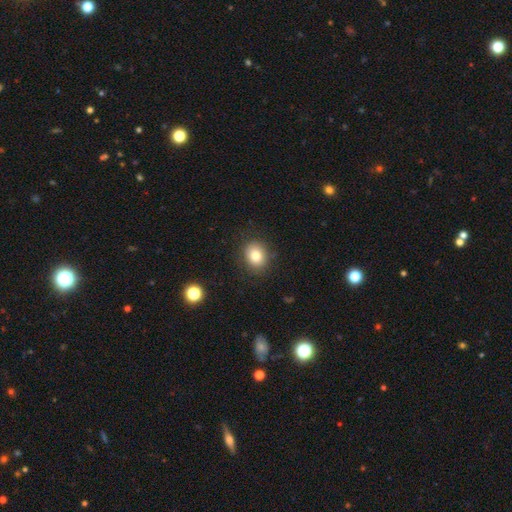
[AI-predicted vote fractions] smooth_or_featured: smooth (p=0.81) [alt: star or artifact p=0.10]
how_rounded: round (p=0.54) [alt: in between p=0.45]
merging: none (p=0.85) [alt: minor disturbance p=0.10]